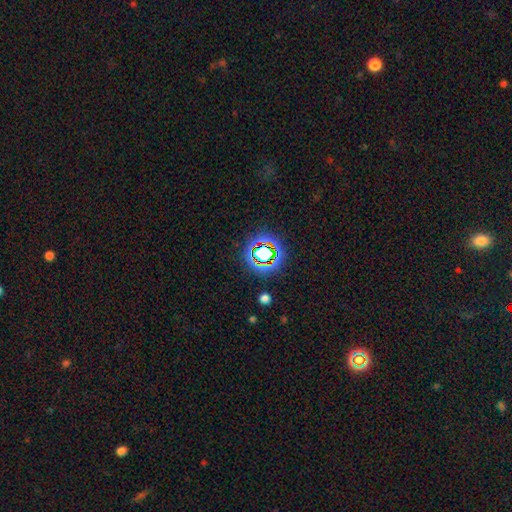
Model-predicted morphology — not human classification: Smooth or featured: star or artifact — 75% (smooth — 15%)